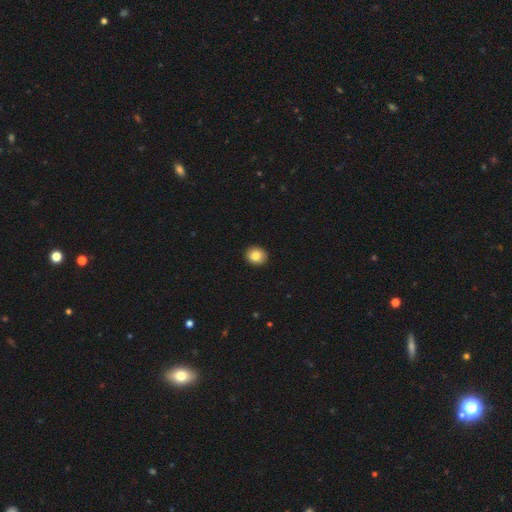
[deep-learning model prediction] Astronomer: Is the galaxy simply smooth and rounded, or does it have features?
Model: smooth — 84%.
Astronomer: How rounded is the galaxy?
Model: round — 75%.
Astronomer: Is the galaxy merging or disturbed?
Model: none — 92%.